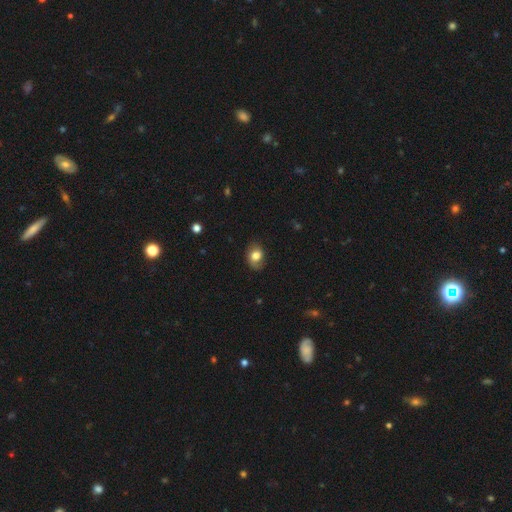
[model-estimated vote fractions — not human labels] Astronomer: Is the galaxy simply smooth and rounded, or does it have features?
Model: smooth — 76%.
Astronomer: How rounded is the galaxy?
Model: in between — 67%.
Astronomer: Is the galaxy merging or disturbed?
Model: none — 75%.